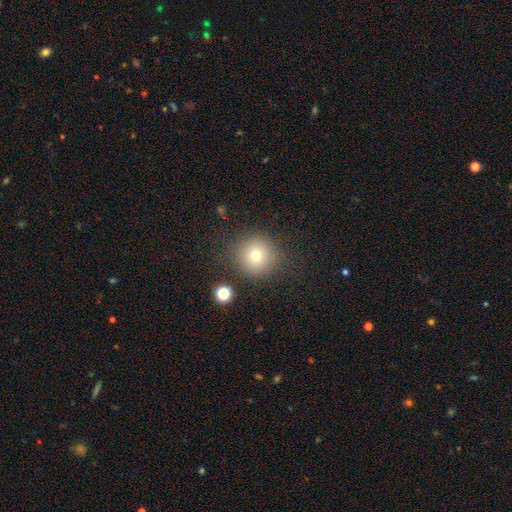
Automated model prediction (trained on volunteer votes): Q: Smooth or featured?
A: smooth (74%); runner-up: star or artifact (15%)
Q: How rounded?
A: round (93%); runner-up: in between (6%)
Q: Merging?
A: none (84%); runner-up: minor disturbance (9%)